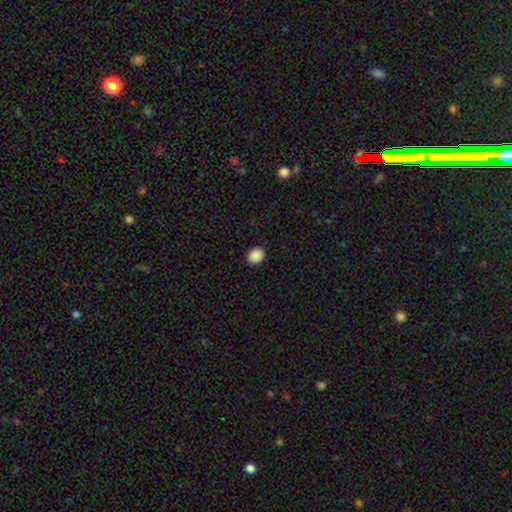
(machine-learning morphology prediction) Q: Smooth or featured?
A: smooth (89%); runner-up: star or artifact (8%)
Q: How rounded?
A: in between (50%); tied with: round (50%)
Q: Merging?
A: none (91%); runner-up: minor disturbance (6%)